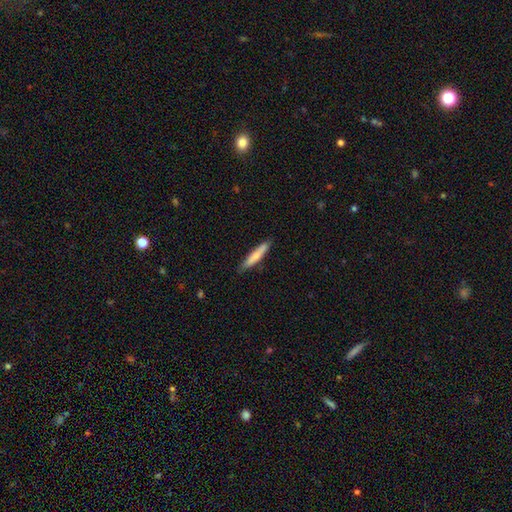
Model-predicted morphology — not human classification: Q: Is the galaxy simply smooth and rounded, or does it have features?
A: smooth — 73%.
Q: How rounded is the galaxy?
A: cigar-shaped — 91%.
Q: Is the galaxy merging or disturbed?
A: none — 87%.